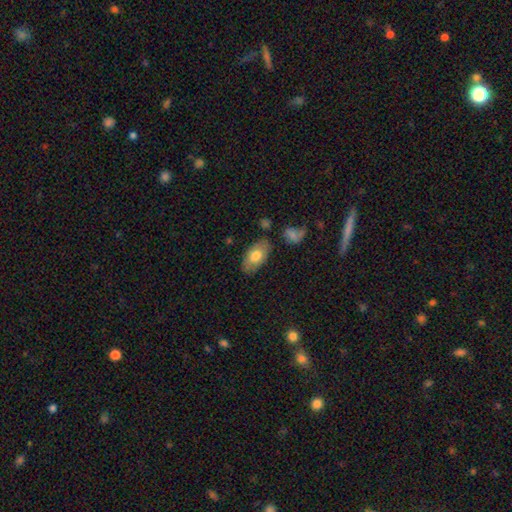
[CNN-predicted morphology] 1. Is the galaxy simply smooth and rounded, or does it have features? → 74% smooth, 20% featured or disk, 6% star or artifact.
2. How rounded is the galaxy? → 93% in between, 4% round, 2% cigar-shaped.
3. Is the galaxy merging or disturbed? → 80% none, 14% minor disturbance, 3% merger, 3% major disturbance.